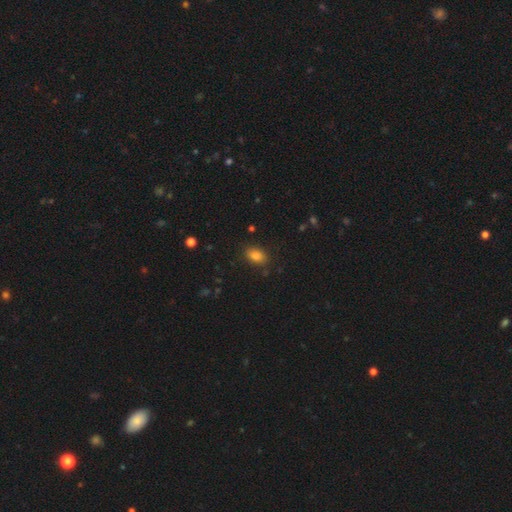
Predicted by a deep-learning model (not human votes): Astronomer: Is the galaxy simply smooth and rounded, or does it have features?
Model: smooth — 84%.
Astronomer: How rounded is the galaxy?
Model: in between — 86%.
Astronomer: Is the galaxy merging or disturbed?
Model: none — 84%.